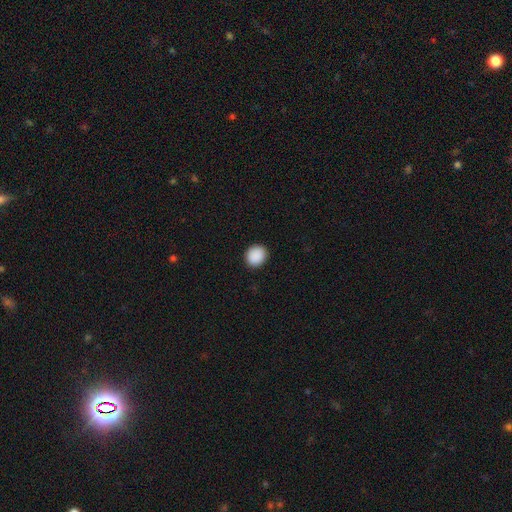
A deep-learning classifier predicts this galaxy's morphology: The model was most divided on "how rounded": round: 77%, in between: 22%, cigar-shaped: 1%. More confident: merging — none (91%); smooth or featured — smooth (90%).